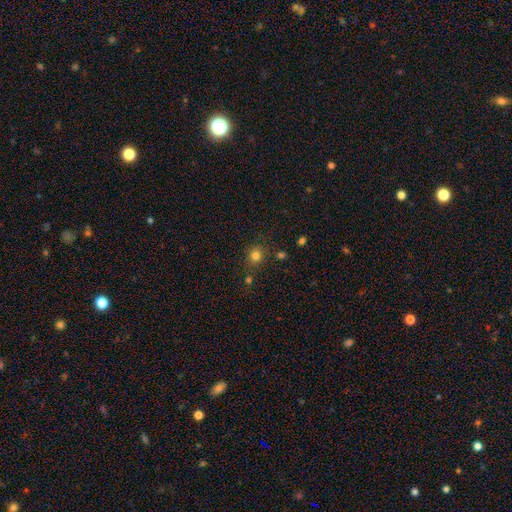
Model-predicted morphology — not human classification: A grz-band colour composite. It shows a smooth galaxy with no disk features (78%) that is round (82%). Merging: none (76%).